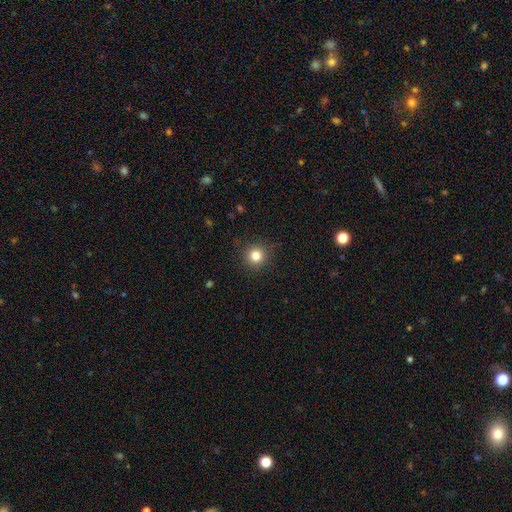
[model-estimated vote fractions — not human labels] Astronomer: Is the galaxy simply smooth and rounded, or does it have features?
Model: smooth — 81%.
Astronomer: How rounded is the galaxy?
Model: round — 94%.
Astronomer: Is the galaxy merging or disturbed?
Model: none — 90%.